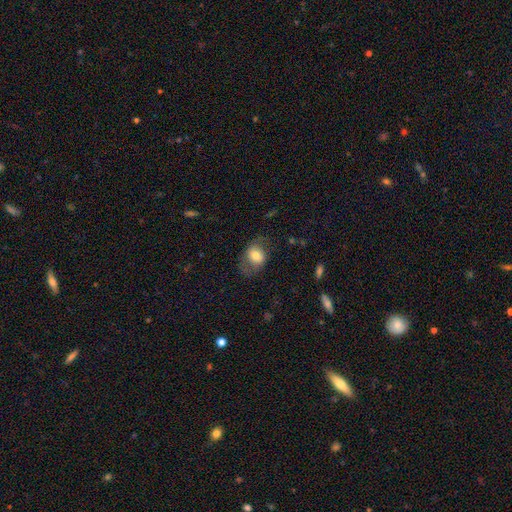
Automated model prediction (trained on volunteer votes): Q: Smooth or featured?
A: smooth (65%); runner-up: featured or disk (26%)
Q: How rounded?
A: in between (60%); runner-up: round (39%)
Q: Merging?
A: none (62%); runner-up: minor disturbance (21%)